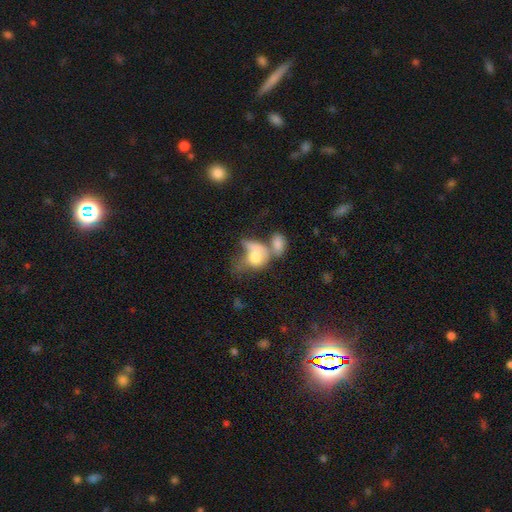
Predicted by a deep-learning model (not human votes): This is likely a smooth galaxy (66%). How rounded: possibly in between (57%). Merging: possibly merger (52%).